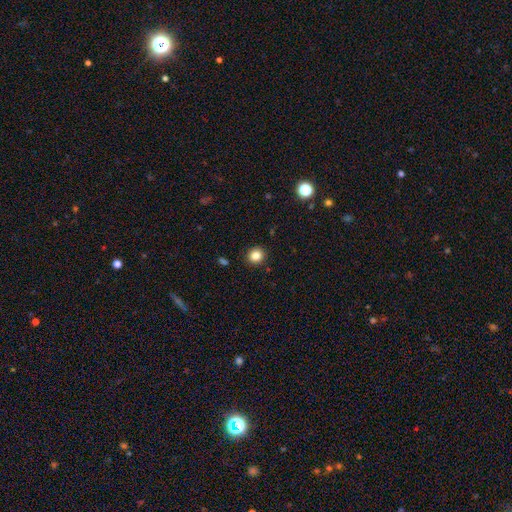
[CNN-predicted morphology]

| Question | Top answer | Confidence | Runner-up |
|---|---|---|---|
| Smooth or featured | smooth | 84% | star or artifact (11%) |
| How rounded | round | 87% | in between (13%) |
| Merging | none | 91% | minor disturbance (6%) |